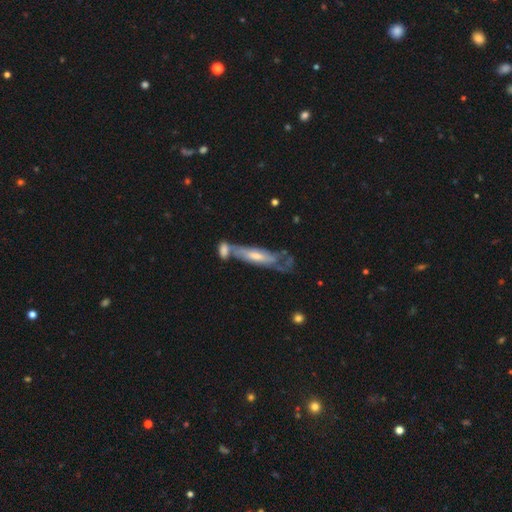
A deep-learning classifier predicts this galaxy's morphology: Smooth or featured? featured or disk (68%)
Edge-on disk? no (60%)
Merging? merger (37%)